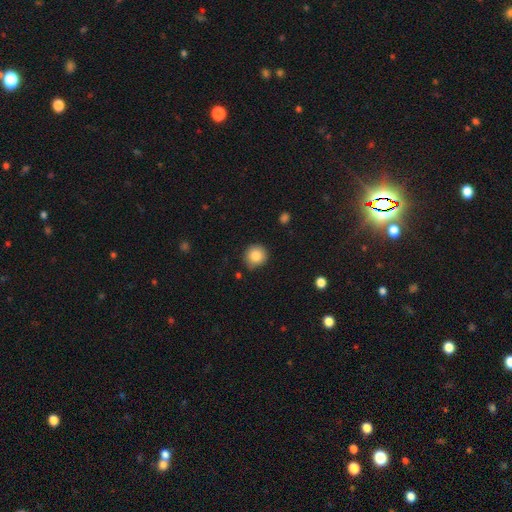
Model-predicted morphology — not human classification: smooth 86%, star or artifact 9%, featured or disk 5%. Down the decision tree: how rounded — round (92%); merging — none (85%).